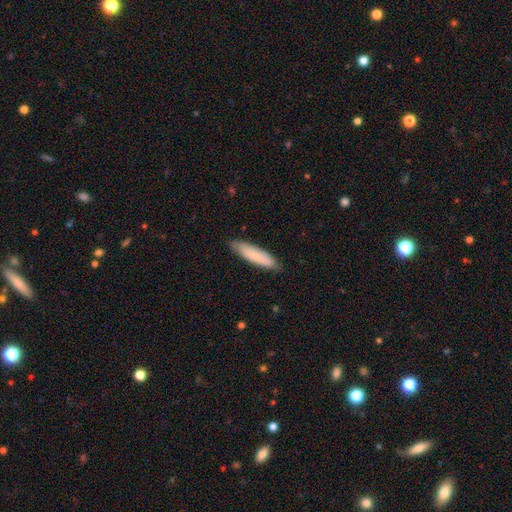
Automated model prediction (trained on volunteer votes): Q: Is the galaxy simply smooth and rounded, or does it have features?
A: smooth — 74%.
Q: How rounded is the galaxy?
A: cigar-shaped — 71%.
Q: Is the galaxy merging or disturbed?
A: none — 85%.